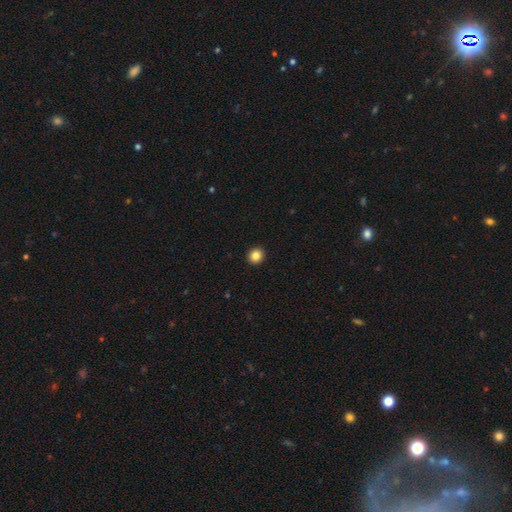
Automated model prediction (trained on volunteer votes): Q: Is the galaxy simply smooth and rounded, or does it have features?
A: smooth — 85%.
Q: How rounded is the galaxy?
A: round — 90%.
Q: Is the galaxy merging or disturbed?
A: none — 94%.